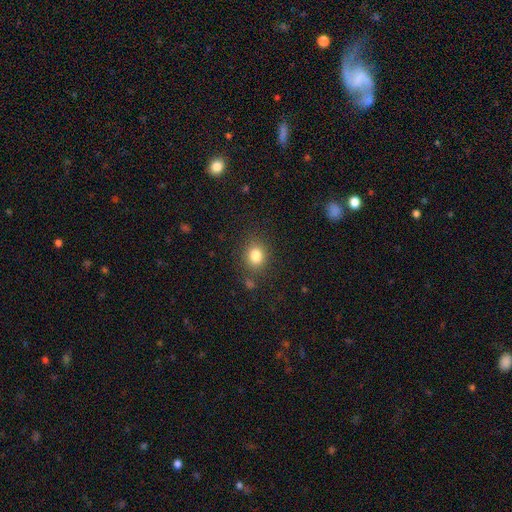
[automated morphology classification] smooth-or-featured: smooth: 82% | star or artifact: 12% | featured or disk: 6%
  how-rounded: round: 66% | in between: 33% | cigar-shaped: 1%
  merging: none: 81% | minor disturbance: 11% | major disturbance: 4% | merger: 3%